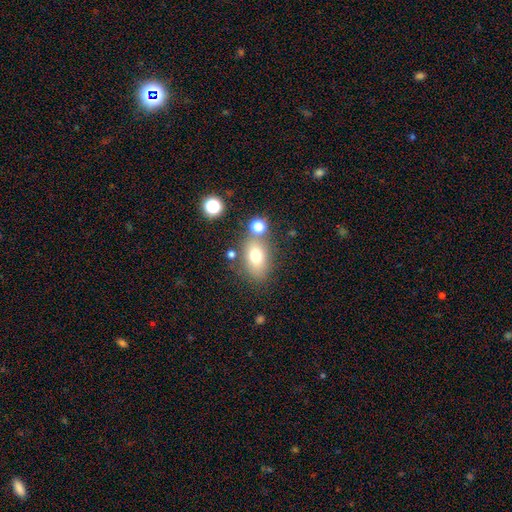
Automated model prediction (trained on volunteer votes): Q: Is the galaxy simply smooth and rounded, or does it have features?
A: smooth — 72%.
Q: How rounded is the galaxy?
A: in between — 77%.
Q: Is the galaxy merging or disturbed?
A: none — 68%.